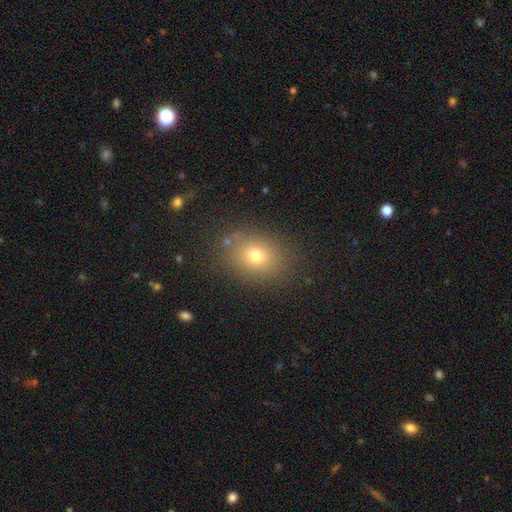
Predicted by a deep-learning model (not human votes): smooth-or-featured: smooth: 71% | star or artifact: 16% | featured or disk: 12%
  how-rounded: in between: 57% | round: 42% | cigar-shaped: 1%
  merging: none: 82% | minor disturbance: 11% | major disturbance: 4% | merger: 2%